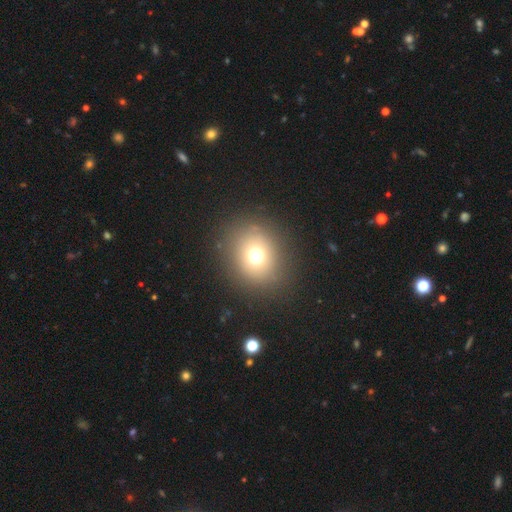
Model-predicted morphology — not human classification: Q: Smooth or featured?
A: smooth (69%); runner-up: star or artifact (18%)
Q: How rounded?
A: round (76%); runner-up: in between (23%)
Q: Merging?
A: none (86%); runner-up: minor disturbance (8%)